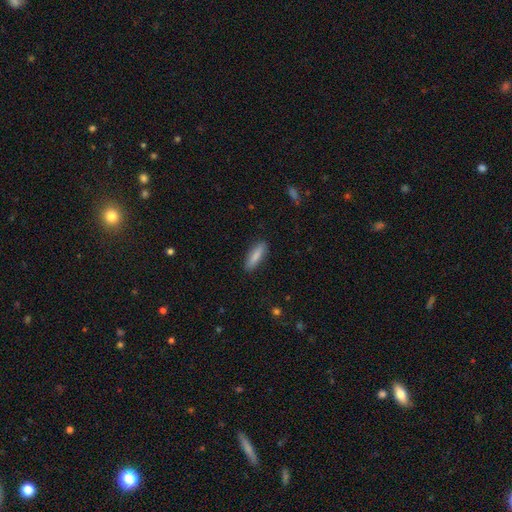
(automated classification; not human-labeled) This appears to be a smooth galaxy with no disk features (84%) that is cigar-shaped (61%). Merging: none (88%).